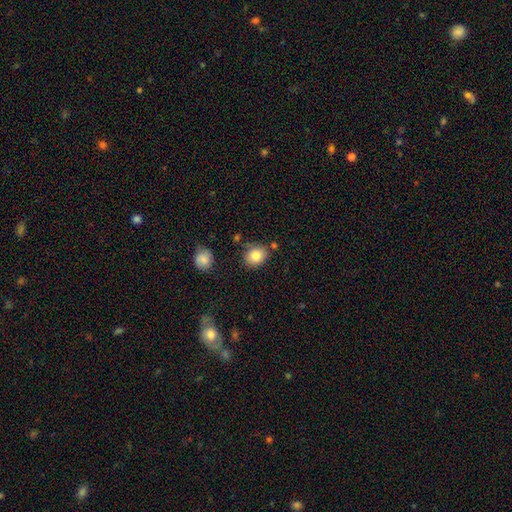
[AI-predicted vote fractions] A smooth galaxy with no disk features (82%) that is round (60%).

Vote fractions:
- Smooth or featured? smooth: 82% / star or artifact: 9% / featured or disk: 8%
- How rounded? round: 60% / in between: 39% / cigar-shaped: 1%
- Merging? none: 78% / minor disturbance: 13% / merger: 5% / major disturbance: 3%